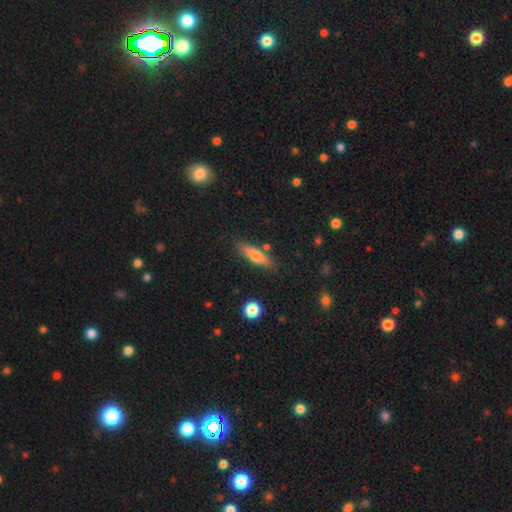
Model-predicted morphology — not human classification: Smooth or featured? Predicted: smooth (p=0.66). How rounded? Predicted: cigar-shaped (p=0.62). Merging? Predicted: none (p=0.81).